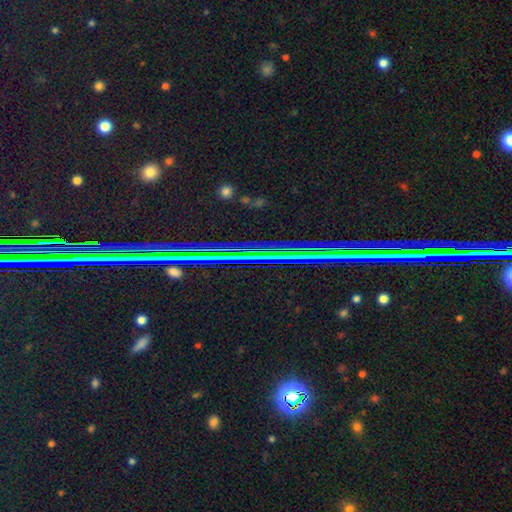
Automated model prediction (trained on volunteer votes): smooth-or-featured: star or artifact: 79% | featured or disk: 13% | smooth: 7%